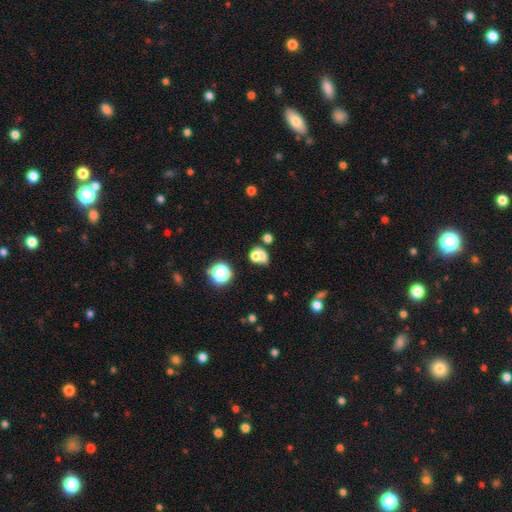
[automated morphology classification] Smooth or featured?
  - smooth: 64% *
  - featured or disk: 20%
  - star or artifact: 16%
How rounded?
  - round: 55% *
  - in between: 43%
  - cigar-shaped: 1%
Merging?
  - merger: 49% *
  - none: 26%
  - minor disturbance: 13%
  - major disturbance: 12%